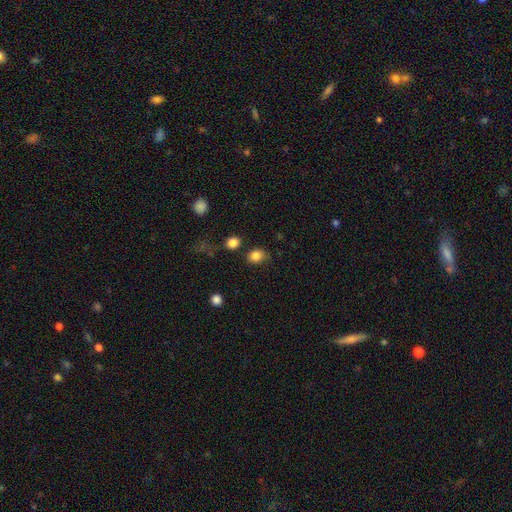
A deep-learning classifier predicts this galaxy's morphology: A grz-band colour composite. It shows a smooth galaxy with no disk features (85%) that is round (54%). Merging: none (74%).